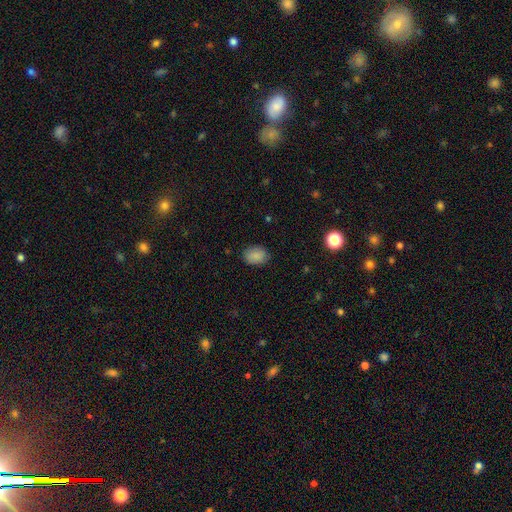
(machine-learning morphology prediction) Overall: smooth (87%). How rounded: in between (69%; round 30%). Merging: none (84%).